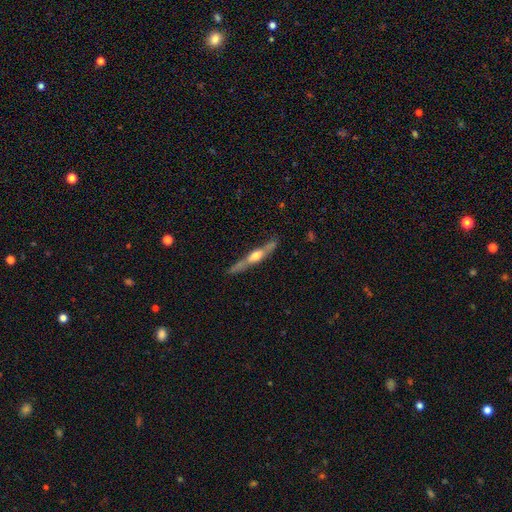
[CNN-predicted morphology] Smooth or featured?
  - featured or disk: 70% *
  - smooth: 25%
  - star or artifact: 5%
Edge-on disk?
  - yes: 95% *
  - no: 5%
Edge-on bulge?
  - rounded: 87% *
  - boxy: 8%
  - none: 5%
Merging?
  - none: 80% *
  - minor disturbance: 14%
  - major disturbance: 3%
  - merger: 3%